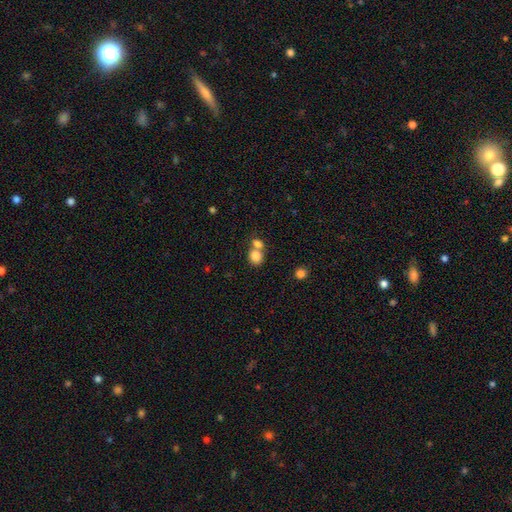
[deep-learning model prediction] Smooth or featured? Predicted: smooth (p=0.82). How rounded? Predicted: round (p=0.70). Merging? Predicted: merger (p=0.48).